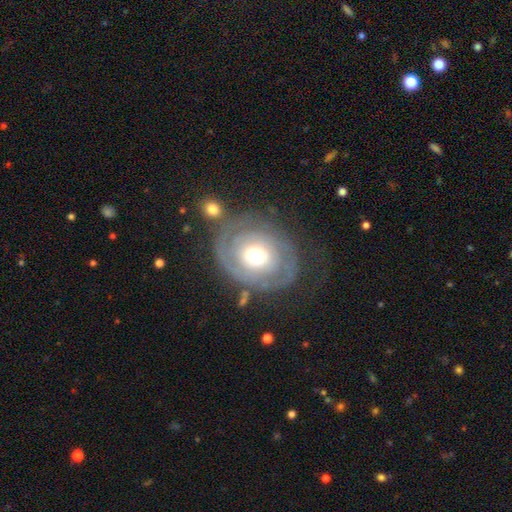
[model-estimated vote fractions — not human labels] smooth_or_featured: featured or disk (p=0.75) [alt: smooth p=0.19]
disk_edge_on: no (p=0.97) [alt: yes p=0.03]
bar: no (p=0.81) [alt: weak p=0.15]
has_spiral_arms: yes (p=0.78) [alt: no p=0.22]
spiral_winding: tight (p=0.70) [alt: medium p=0.21]
spiral_arm_count: 2 (p=0.45) [alt: can't tell p=0.28]
bulge_size: moderate (p=0.61) [alt: large p=0.27]
merging: none (p=0.64) [alt: minor disturbance p=0.17]